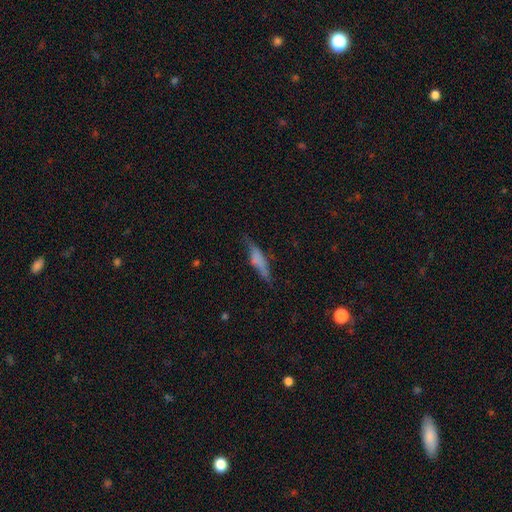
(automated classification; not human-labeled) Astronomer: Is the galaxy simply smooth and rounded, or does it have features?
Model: smooth — 46% (runner-up: featured or disk, 43%).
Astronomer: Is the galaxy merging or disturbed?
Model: none — 70%.